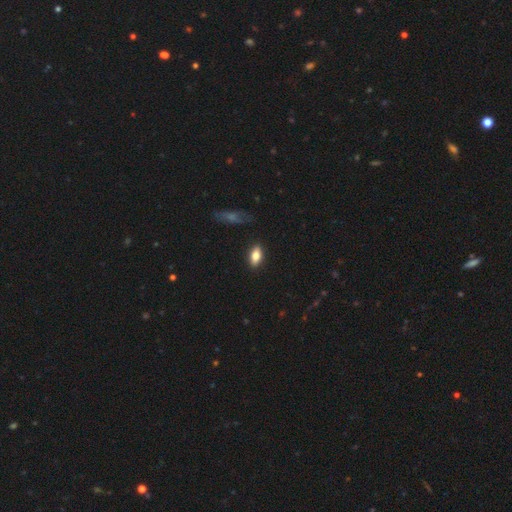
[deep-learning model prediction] smooth 77%, featured or disk 16%, star or artifact 7%. Down the decision tree: how rounded — in between (85%); merging — none (87%).